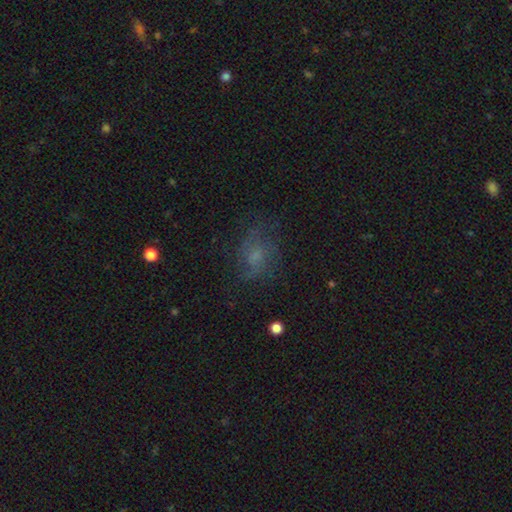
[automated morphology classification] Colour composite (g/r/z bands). It shows a featured or disk galaxy (42%). Merging: none (62%).